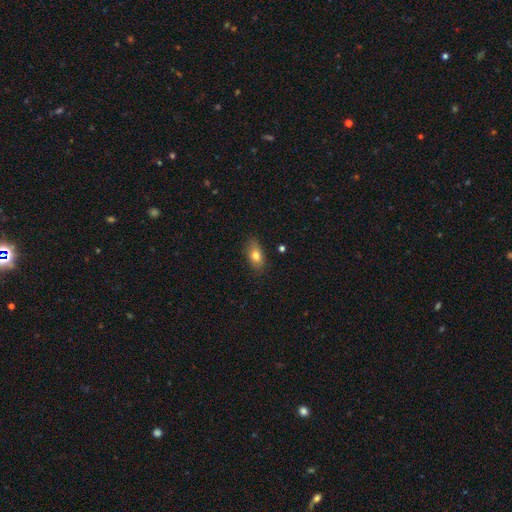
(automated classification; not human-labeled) Overall: smooth (77%). How rounded: in between (84%). Merging: none (81%).